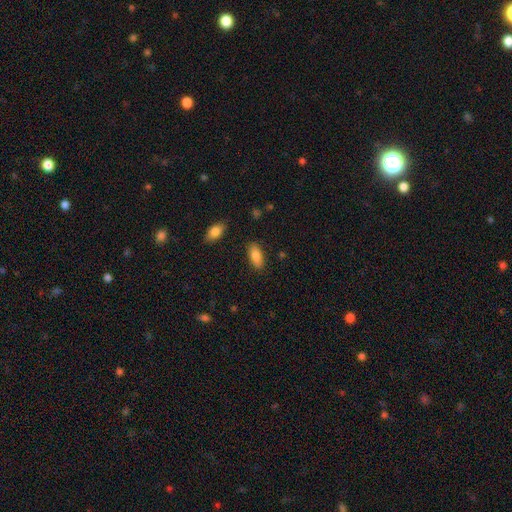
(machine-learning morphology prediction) smooth 85%, featured or disk 8%, star or artifact 7%. Down the decision tree: how rounded — in between (87%); merging — none (85%).